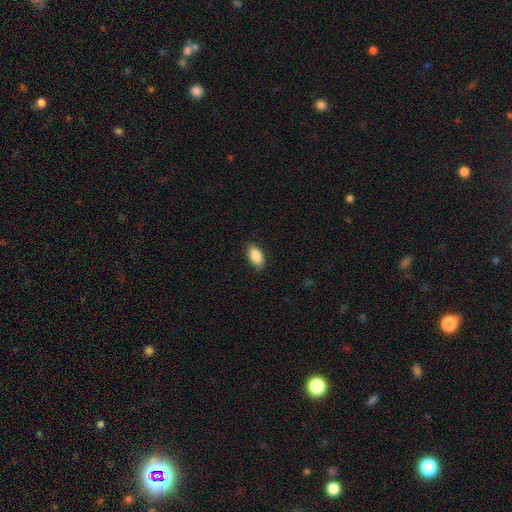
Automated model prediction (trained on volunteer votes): Smooth or featured? smooth (86%)
How rounded? in between (91%)
Merging? none (85%)